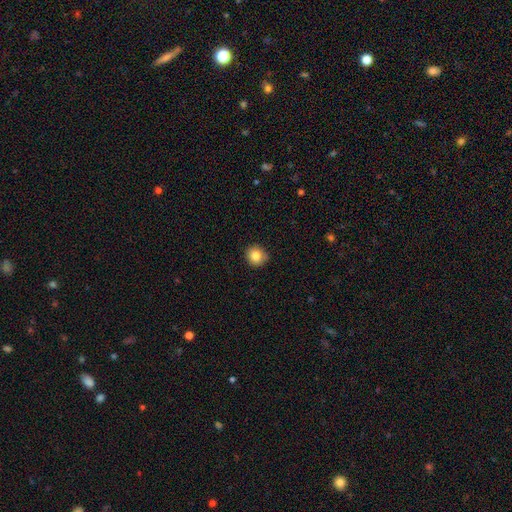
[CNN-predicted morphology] Smooth or featured? smooth (83%)
How rounded? round (88%)
Merging? none (85%)